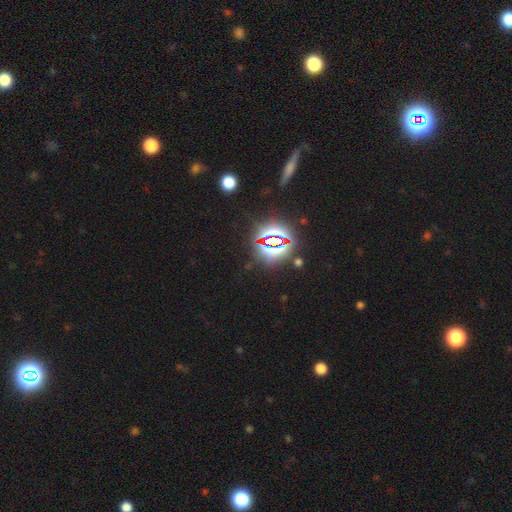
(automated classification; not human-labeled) star or artifact 81%, smooth 12%, featured or disk 8%.